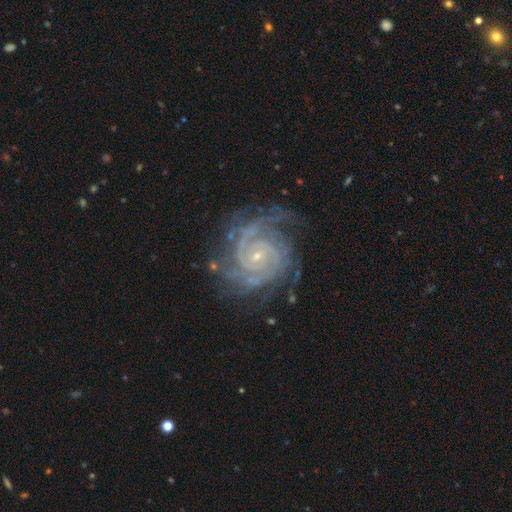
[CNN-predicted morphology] Smooth or featured?
  - featured or disk: 90% *
  - star or artifact: 6%
  - smooth: 4%
Edge-on disk?
  - no: 98% *
  - yes: 2%
Bar?
  - no: 69% *
  - weak: 23%
  - strong: 8%
Spiral arms?
  - yes: 98% *
  - no: 2%
Spiral winding?
  - tight: 73% *
  - medium: 24%
  - loose: 3%
Spiral arm count?
  - 3: 25% *
  - 2: 23%
  - 4: 18%
  - can't tell: 16%
  - more than 4: 10%
  - 1: 8%
Bulge size?
  - small: 83% *
  - moderate: 13%
  - none: 2%
  - large: 1%
  - dominant: 1%
Merging?
  - none: 75% *
  - minor disturbance: 16%
  - major disturbance: 7%
  - merger: 1%